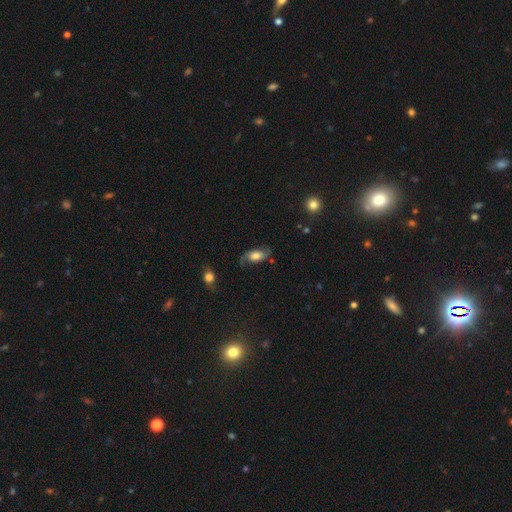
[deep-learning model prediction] smooth 47%, featured or disk 44%, star or artifact 9%. Down the decision tree: merging — none (62%).